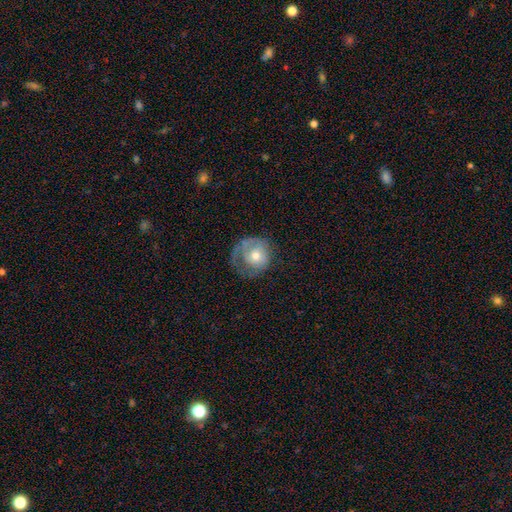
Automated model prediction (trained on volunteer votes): Smooth or featured? Predicted: smooth (p=0.48). Merging? Predicted: none (p=0.44).